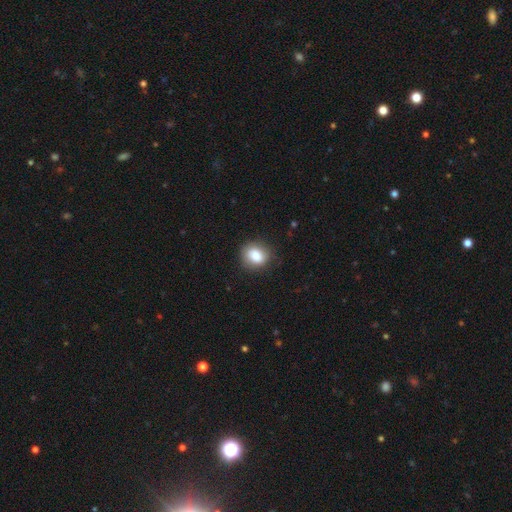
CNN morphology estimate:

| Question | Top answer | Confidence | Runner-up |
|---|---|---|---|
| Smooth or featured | smooth | 84% | star or artifact (8%) |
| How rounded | round | 56% | in between (43%) |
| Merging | none | 79% | minor disturbance (15%) |